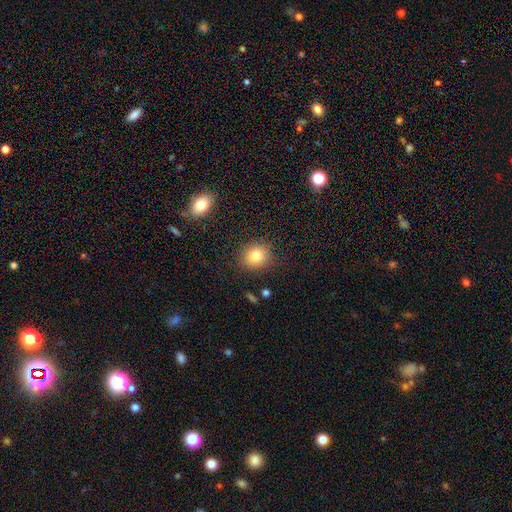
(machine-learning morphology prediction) This is clearly a smooth galaxy (80%). How rounded: likely round (76%). Merging: clearly none (87%).